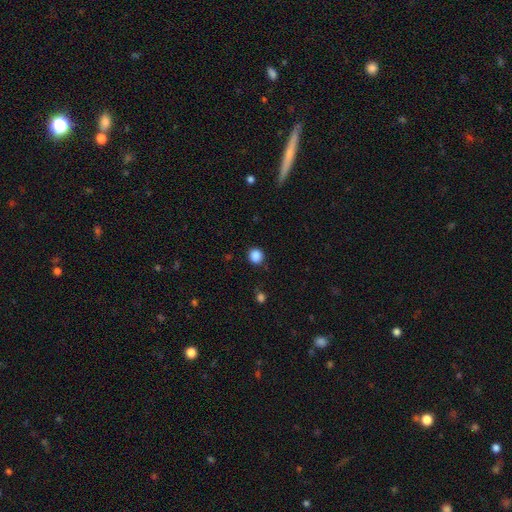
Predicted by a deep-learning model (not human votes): Smooth or featured? smooth (87%)
How rounded? round (88%)
Merging? none (88%)